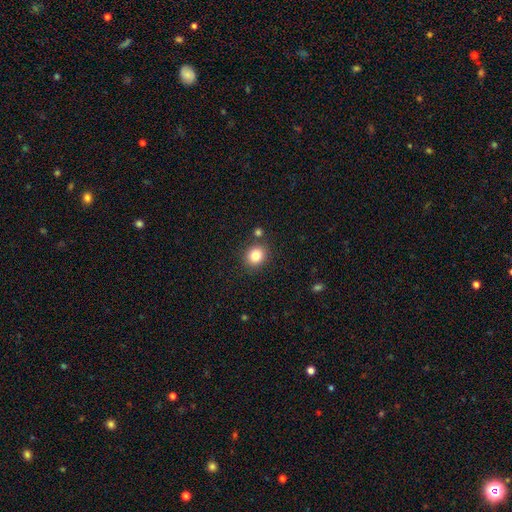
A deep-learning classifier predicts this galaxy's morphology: A smooth galaxy with no disk features (83%) that is round (72%). Merging: none (82%).